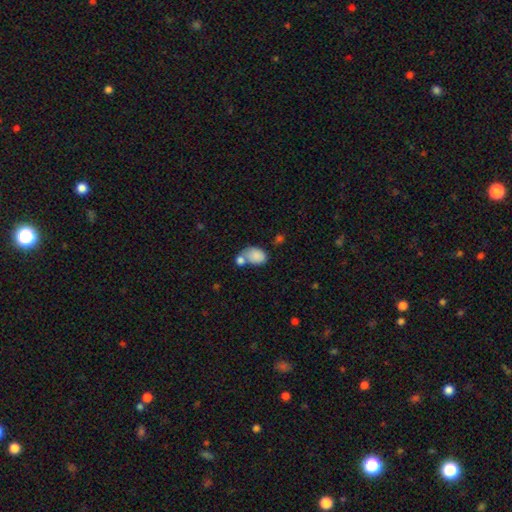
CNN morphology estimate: A smooth galaxy with no disk features (84%) that is in between round and cigar-shaped (82%).

Vote fractions:
- Smooth or featured? smooth: 84% / featured or disk: 9% / star or artifact: 8%
- How rounded? in between: 82% / round: 17% / cigar-shaped: 1%
- Merging? merger: 43% / none: 35% / minor disturbance: 15% / major disturbance: 7%